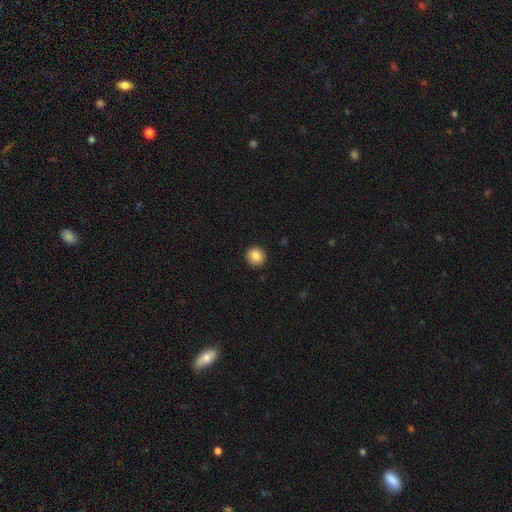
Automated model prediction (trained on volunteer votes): Overall: smooth (87%). How rounded: round (92%). Merging: none (92%).